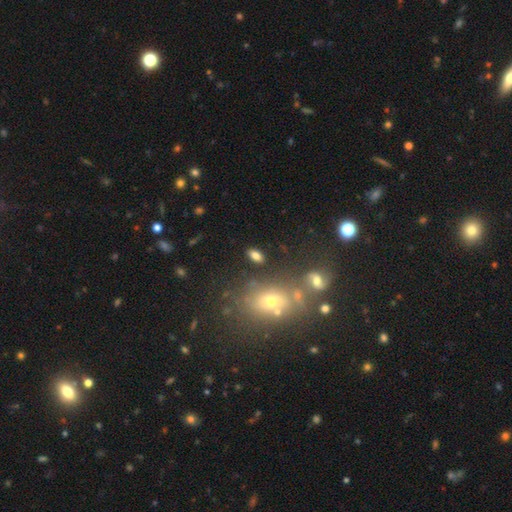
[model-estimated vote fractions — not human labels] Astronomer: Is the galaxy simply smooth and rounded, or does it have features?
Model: smooth — 78%.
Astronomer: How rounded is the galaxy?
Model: in between — 87%.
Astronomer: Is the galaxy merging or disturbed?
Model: none — 81%.